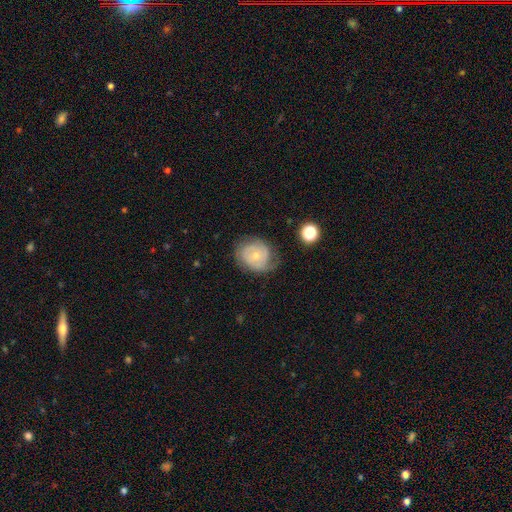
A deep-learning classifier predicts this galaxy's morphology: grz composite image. It shows a featured or disk galaxy (63%) with no bar (77%), 2 (44%) tight (57%) spiral arms (84%) and a small central bulge (60%). Merging: none (59%).